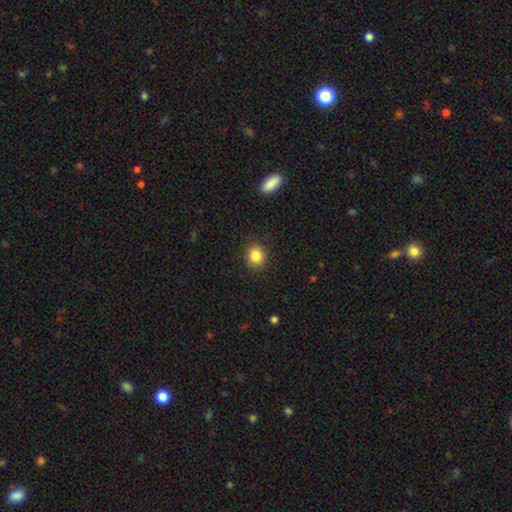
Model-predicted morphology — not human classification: This appears to be a smooth galaxy with no disk features (85%) that is round (75%). Merging: none (89%).